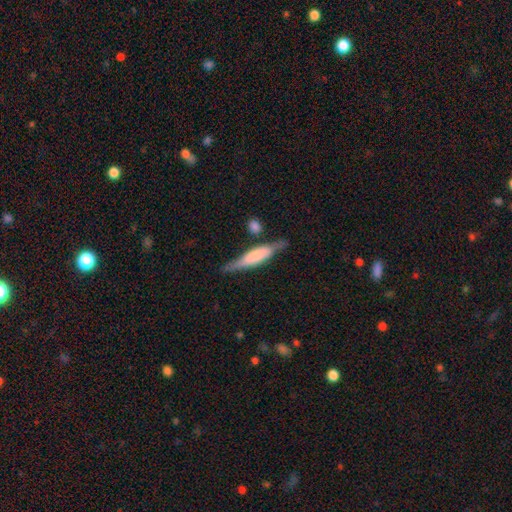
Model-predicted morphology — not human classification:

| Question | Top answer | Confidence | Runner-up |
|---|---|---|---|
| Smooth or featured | smooth | 49% | featured or disk (45%) |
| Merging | none | 68% | minor disturbance (19%) |